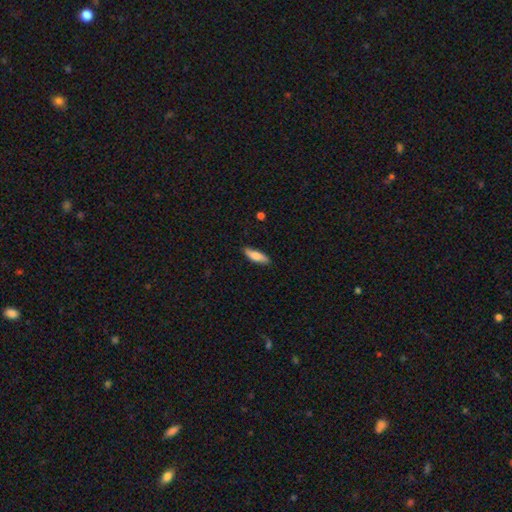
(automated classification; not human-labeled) This appears to be a smooth galaxy with no disk features (76%) that is cigar-shaped (50%). Merging: none (84%).